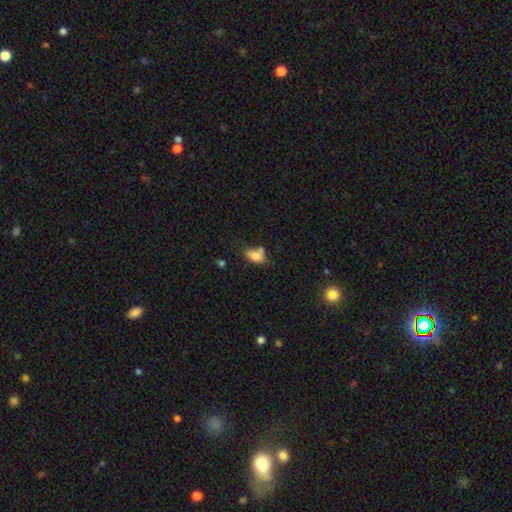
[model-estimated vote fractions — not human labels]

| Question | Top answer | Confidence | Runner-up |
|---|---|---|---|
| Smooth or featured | smooth | 79% | featured or disk (11%) |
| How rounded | in between | 83% | round (14%) |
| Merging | none | 46% | minor disturbance (24%) |